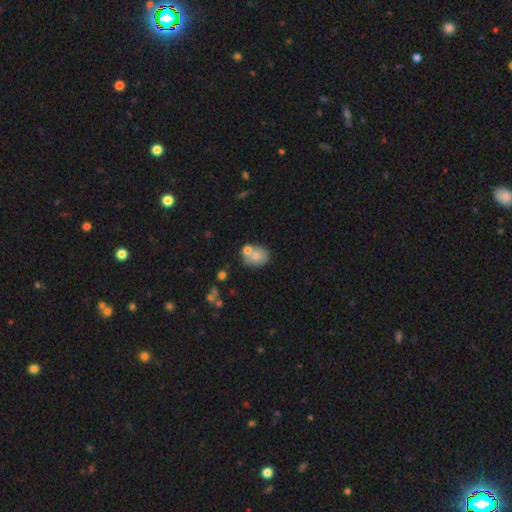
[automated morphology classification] smooth_or_featured: smooth (p=0.71) [alt: featured or disk p=0.20]
how_rounded: in between (p=0.55) [alt: round p=0.44]
merging: none (p=0.50) [alt: merger p=0.32]